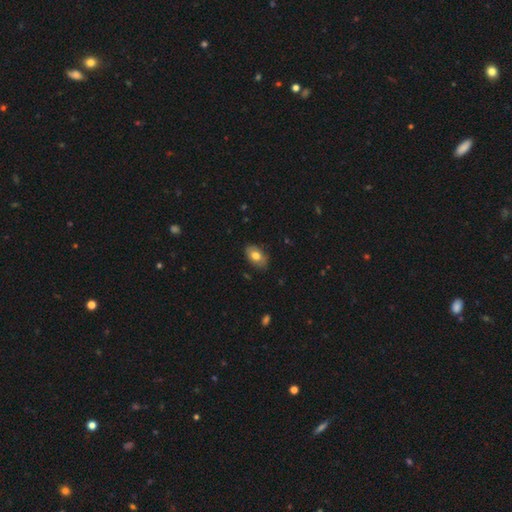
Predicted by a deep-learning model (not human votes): The model was most divided on "smooth or featured": smooth: 74%, featured or disk: 19%, star or artifact: 7%. More confident: how rounded — in between (90%); merging — none (82%).